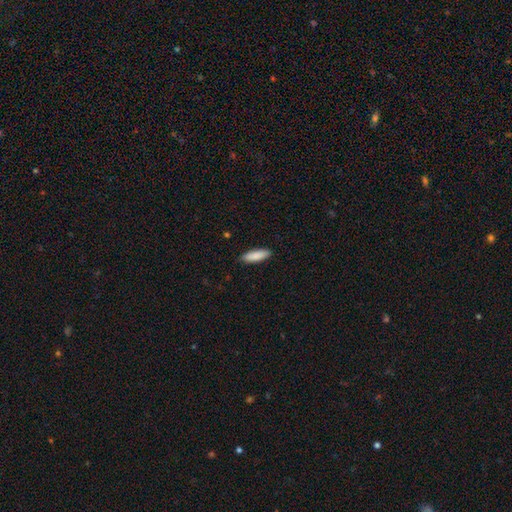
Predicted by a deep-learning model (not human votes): The model was most divided on "how rounded": cigar-shaped: 50%, in between: 49%, round: 2%. More confident: merging — none (89%); smooth or featured — smooth (88%).